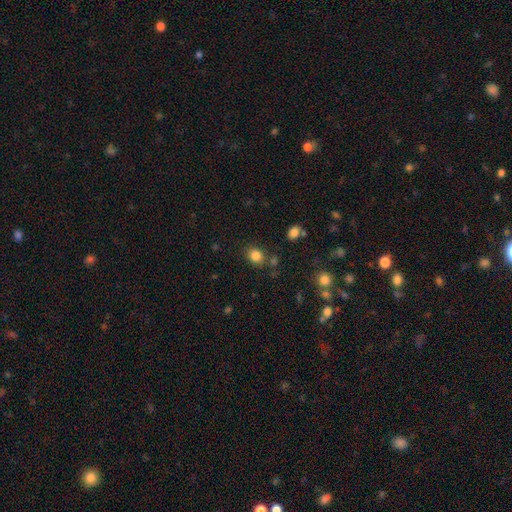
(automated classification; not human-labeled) Smooth or featured? Predicted: smooth (p=0.84). How rounded? Predicted: round (p=0.60). Merging? Predicted: none (p=0.79).